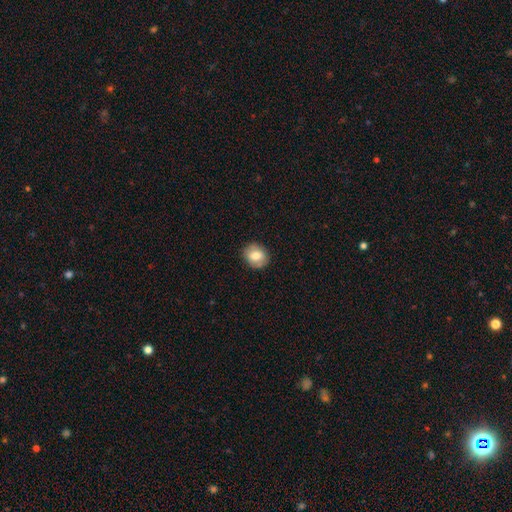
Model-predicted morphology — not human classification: smooth 75%, featured or disk 17%, star or artifact 8%. Down the decision tree: how rounded — round (63%); merging — none (86%).